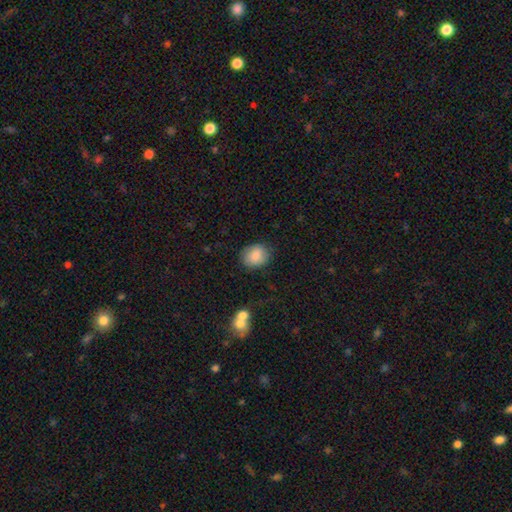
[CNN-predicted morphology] This is clearly a smooth galaxy (83%). How rounded: possibly round (51%). Merging: clearly none (81%).